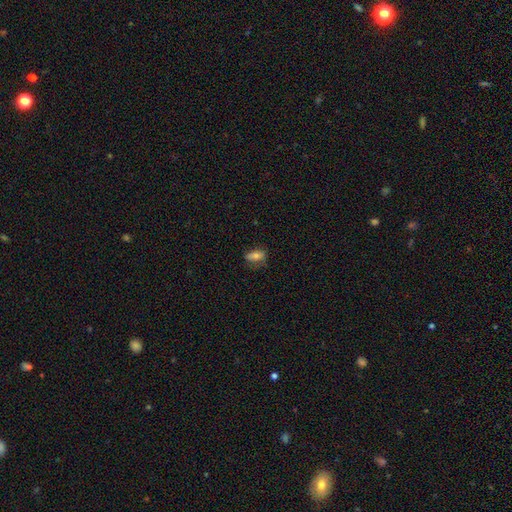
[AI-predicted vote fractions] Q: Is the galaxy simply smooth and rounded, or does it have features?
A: smooth — 73%.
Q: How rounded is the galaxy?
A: in between — 81%.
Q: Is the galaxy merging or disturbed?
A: none — 65%.